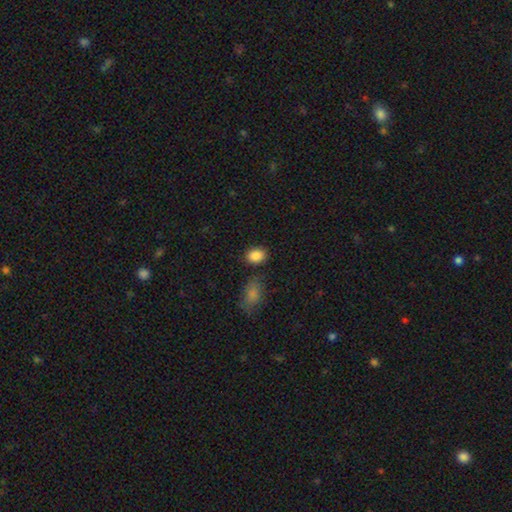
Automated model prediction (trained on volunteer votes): smooth_or_featured: smooth (p=0.87) [alt: star or artifact p=0.09]
how_rounded: in between (p=0.64) [alt: round p=0.34]
merging: none (p=0.79) [alt: minor disturbance p=0.12]